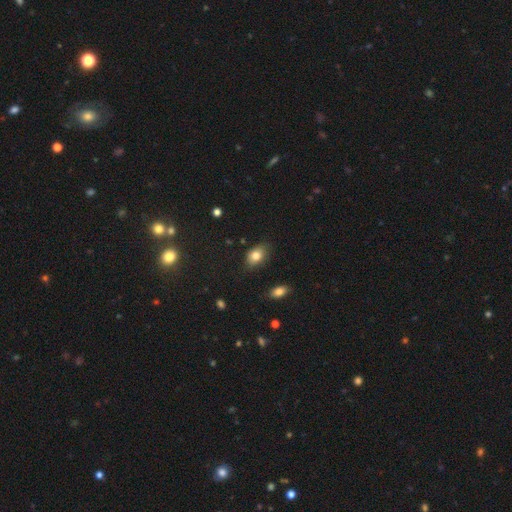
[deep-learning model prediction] A smooth galaxy with no disk features (80%) that is in between round and cigar-shaped (80%). Merging: none (77%).